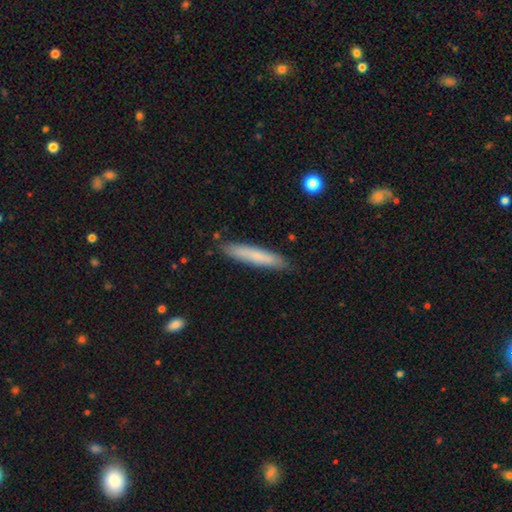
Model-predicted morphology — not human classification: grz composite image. It shows a smooth galaxy with no disk features (74%) that is cigar-shaped (92%). Merging: none (87%).